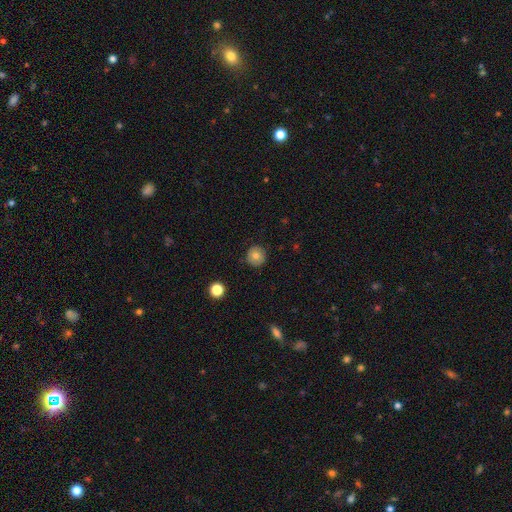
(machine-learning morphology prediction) Smooth or featured?
  - smooth: 71% *
  - featured or disk: 19%
  - star or artifact: 10%
How rounded?
  - round: 94% *
  - in between: 5%
  - cigar-shaped: 1%
Merging?
  - none: 87% *
  - minor disturbance: 10%
  - major disturbance: 2%
  - merger: 1%